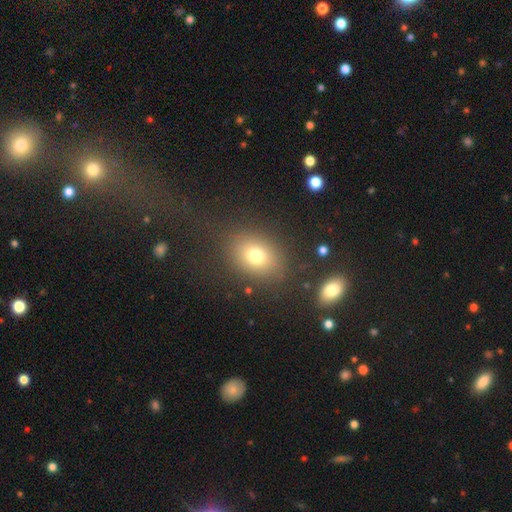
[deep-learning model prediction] Q: Smooth or featured?
A: smooth (74%); runner-up: star or artifact (15%)
Q: How rounded?
A: in between (54%); runner-up: round (45%)
Q: Merging?
A: none (83%); runner-up: minor disturbance (10%)